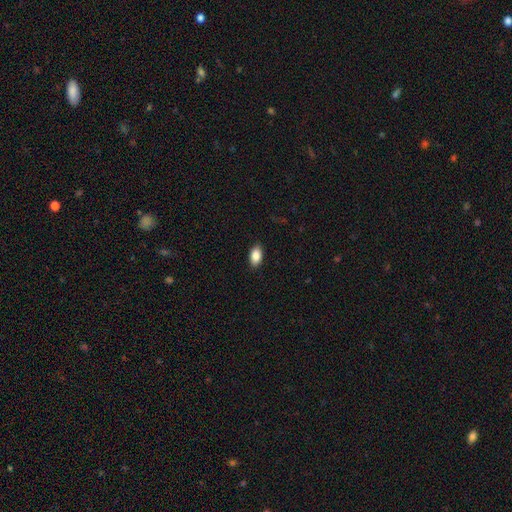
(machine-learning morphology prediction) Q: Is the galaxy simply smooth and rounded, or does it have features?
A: smooth — 87%.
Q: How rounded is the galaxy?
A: in between — 92%.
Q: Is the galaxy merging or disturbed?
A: none — 89%.